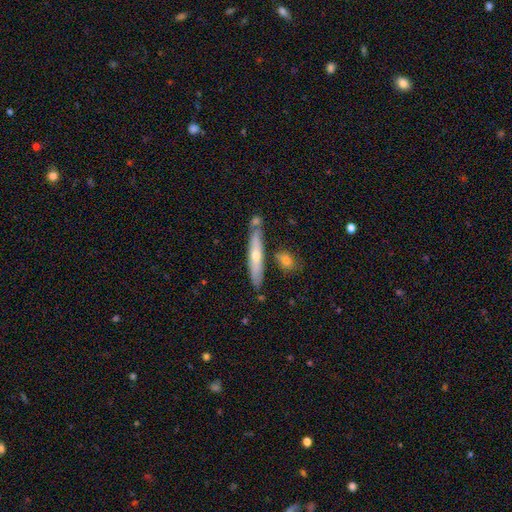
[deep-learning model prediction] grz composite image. It shows a featured or disk galaxy (50%). Merging: none (73%).